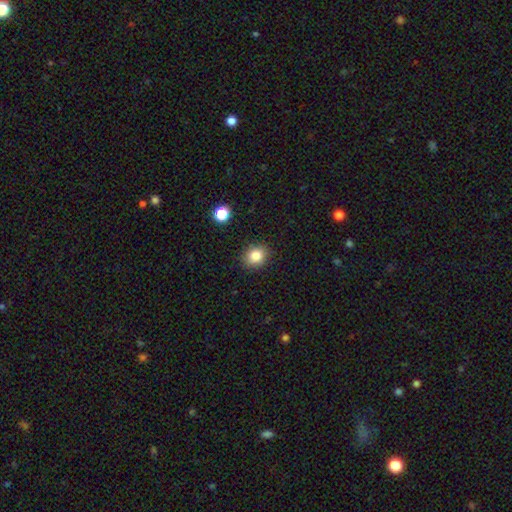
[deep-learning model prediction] This appears to be a smooth galaxy with no disk features (83%) that is round (61%). Merging: none (87%).